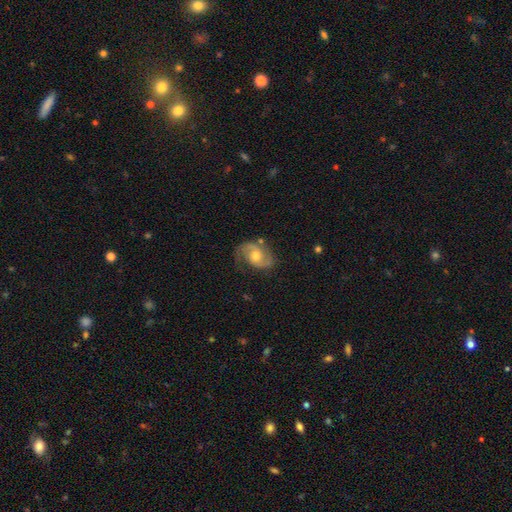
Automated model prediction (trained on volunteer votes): smooth_or_featured: featured or disk (p=0.80) [alt: smooth p=0.14]
disk_edge_on: no (p=0.97) [alt: yes p=0.03]
bar: no (p=0.64) [alt: weak p=0.30]
has_spiral_arms: yes (p=0.94) [alt: no p=0.06]
spiral_winding: medium (p=0.51) [alt: loose p=0.25]
spiral_arm_count: 2 (p=0.88) [alt: can't tell p=0.05]
bulge_size: moderate (p=0.70) [alt: small p=0.23]
merging: none (p=0.71) [alt: minor disturbance p=0.19]